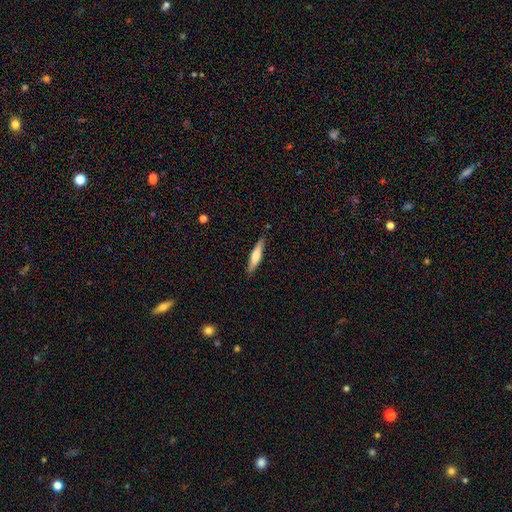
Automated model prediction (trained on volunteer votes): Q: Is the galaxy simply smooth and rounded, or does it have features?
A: smooth — 58%.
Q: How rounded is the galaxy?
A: cigar-shaped — 82%.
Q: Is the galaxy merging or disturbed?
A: none — 87%.